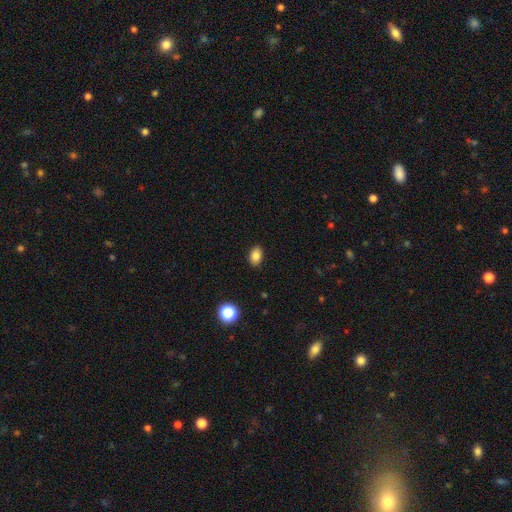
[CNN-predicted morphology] Smooth or featured: smooth — 85% (star or artifact — 10%)
How rounded: in between — 81% (round — 18%)
Merging: none — 89% (minor disturbance — 8%)